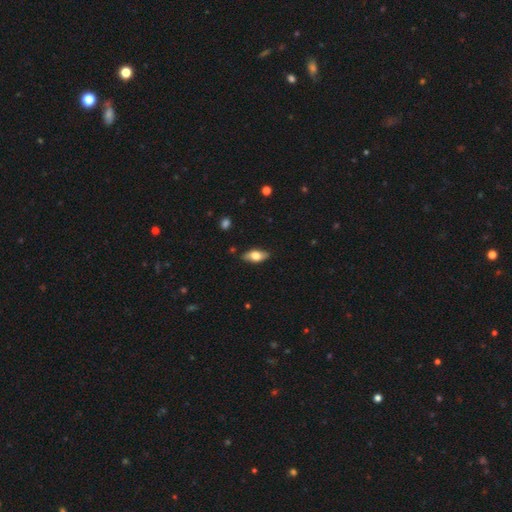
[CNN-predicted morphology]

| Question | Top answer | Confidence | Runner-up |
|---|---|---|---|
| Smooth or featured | smooth | 65% | featured or disk (28%) |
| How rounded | in between | 85% | cigar-shaped (12%) |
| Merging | none | 85% | minor disturbance (11%) |